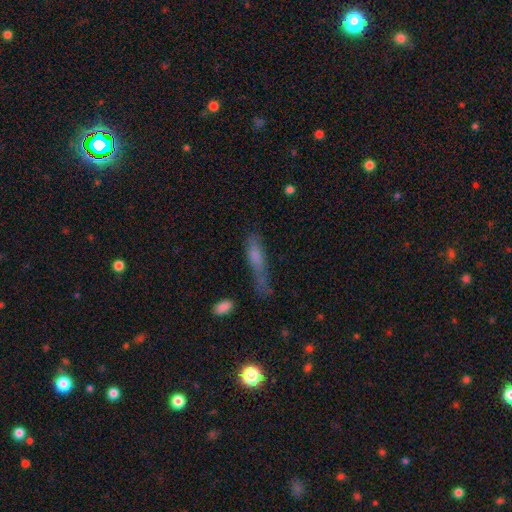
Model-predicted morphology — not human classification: Smooth or featured? Predicted: smooth (p=0.70). How rounded? Predicted: cigar-shaped (p=0.73). Merging? Predicted: none (p=0.37).